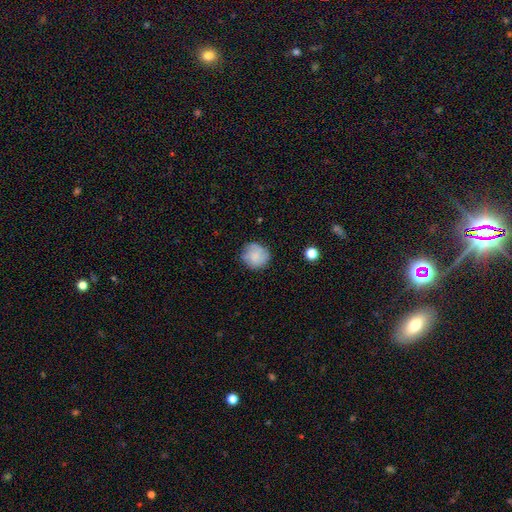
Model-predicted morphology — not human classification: This is likely a smooth galaxy (66%). How rounded: clearly round (89%). Merging: likely none (77%).